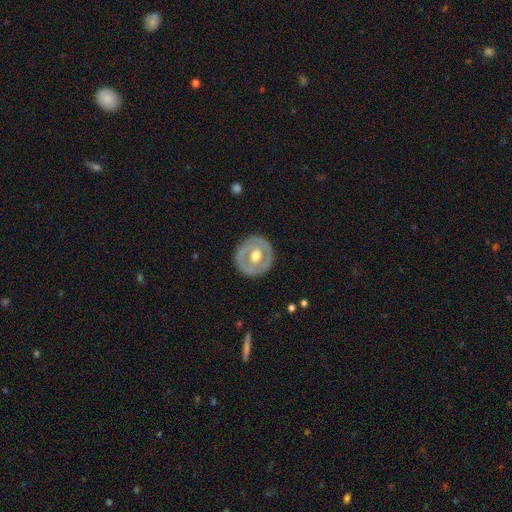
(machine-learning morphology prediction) A featured or disk galaxy (60%) with no bar (68%), no spiral arms (81%) and a moderate central bulge (76%).

Vote fractions:
- Smooth or featured? featured or disk: 60% / smooth: 35% / star or artifact: 5%
- Edge-on disk? no: 94% / yes: 6%
- Bar? no: 68% / weak: 24% / strong: 8%
- Spiral arms? no: 81% / yes: 19%
- Bulge size? moderate: 76% / large: 15% / small: 7% / dominant: 1% / none: 1%
- Merging? none: 84% / minor disturbance: 11% / major disturbance: 3% / merger: 1%